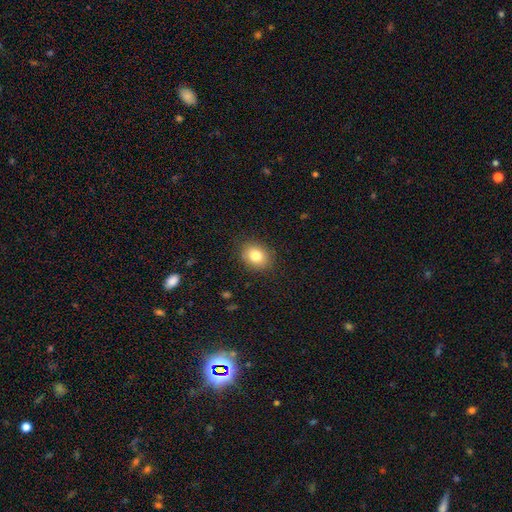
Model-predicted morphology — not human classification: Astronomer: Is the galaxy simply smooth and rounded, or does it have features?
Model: smooth — 81%.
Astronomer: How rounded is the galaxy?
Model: in between — 54% (runner-up: round, 45%).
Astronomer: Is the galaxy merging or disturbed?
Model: none — 87%.